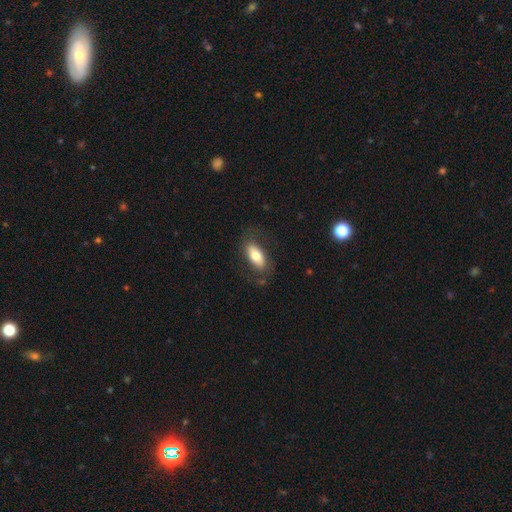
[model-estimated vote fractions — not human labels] The model was most divided on "smooth or featured": smooth: 70%, featured or disk: 24%, star or artifact: 6%. More confident: how rounded — in between (86%); merging — none (75%).